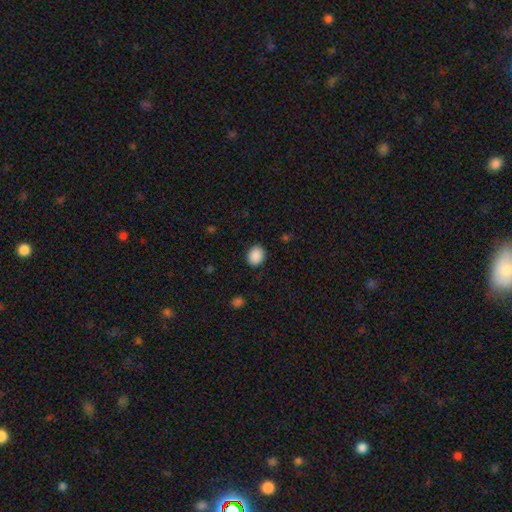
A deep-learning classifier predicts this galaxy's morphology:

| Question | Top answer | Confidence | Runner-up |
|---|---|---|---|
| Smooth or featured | smooth | 89% | star or artifact (8%) |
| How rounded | round | 56% | in between (43%) |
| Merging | none | 88% | minor disturbance (8%) |